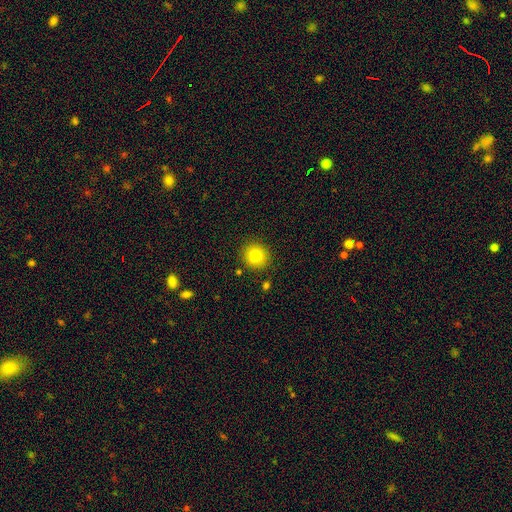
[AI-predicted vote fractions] smooth_or_featured: smooth (p=0.81) [alt: star or artifact p=0.11]
how_rounded: round (p=0.90) [alt: in between p=0.09]
merging: none (p=0.88) [alt: minor disturbance p=0.07]